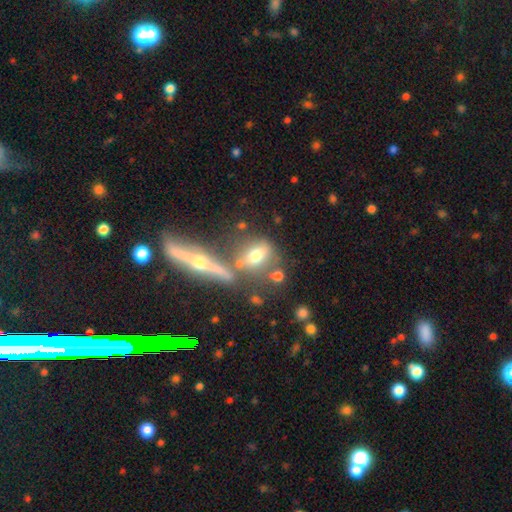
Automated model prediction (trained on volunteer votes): Q: Smooth or featured?
A: smooth (49%); runner-up: featured or disk (37%)
Q: Merging?
A: none (57%); runner-up: merger (23%)